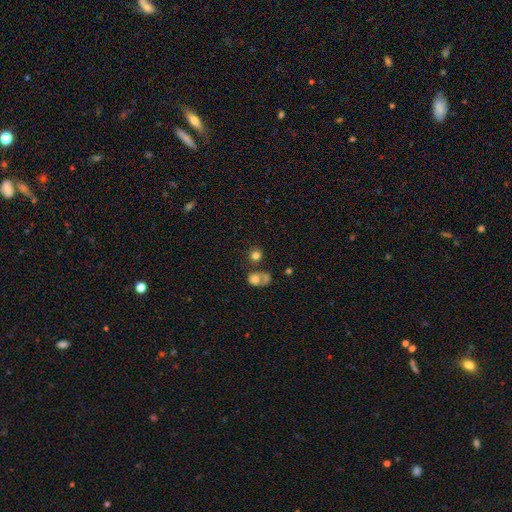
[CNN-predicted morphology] Overall: smooth (77%). How rounded: round (87%). Merging: none (63%; merger 23%).